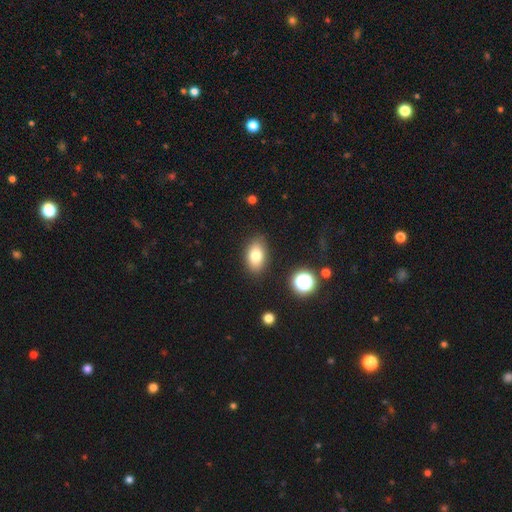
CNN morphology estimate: This appears to be a smooth galaxy with no disk features (79%) that is in between round and cigar-shaped (88%). Merging: none (86%).